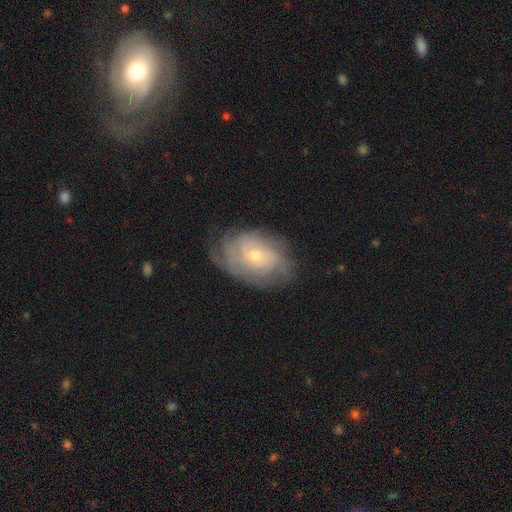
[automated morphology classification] A featured or disk galaxy (79%) with no bar (76%), tight (65%) spiral arms (92%) and a small central bulge (62%). Merging: none (69%).